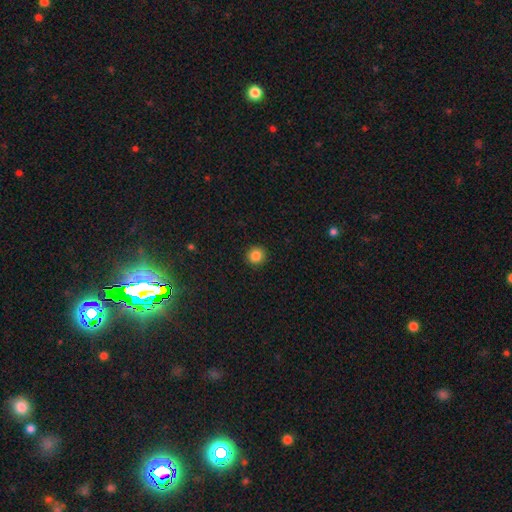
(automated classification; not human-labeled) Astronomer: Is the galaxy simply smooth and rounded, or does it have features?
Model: smooth — 85%.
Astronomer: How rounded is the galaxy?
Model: round — 92%.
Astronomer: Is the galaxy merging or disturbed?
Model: none — 92%.